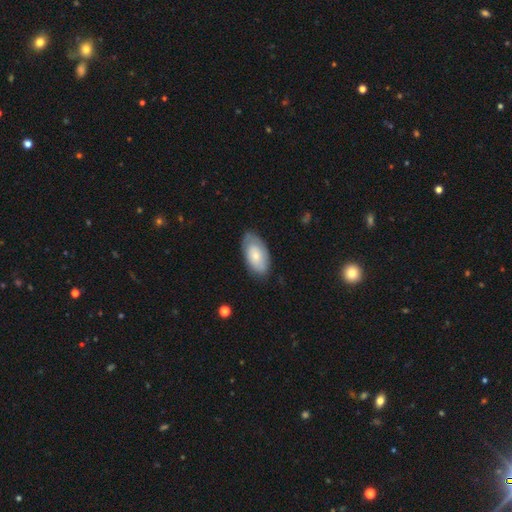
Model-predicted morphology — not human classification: Smooth or featured: smooth — 62% (featured or disk — 32%)
How rounded: in between — 94% (round — 3%)
Merging: none — 74% (minor disturbance — 20%)